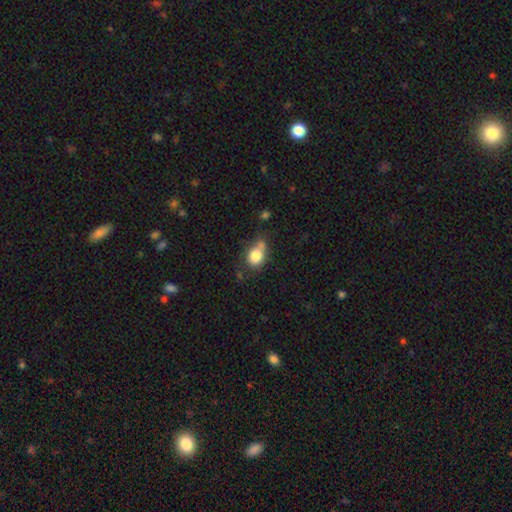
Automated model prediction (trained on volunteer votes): A smooth galaxy with no disk features (81%) that is in between round and cigar-shaped (51%).

Vote fractions:
- Smooth or featured? smooth: 81% / featured or disk: 10% / star or artifact: 10%
- How rounded? in between: 51% / round: 47% / cigar-shaped: 1%
- Merging? none: 46% / minor disturbance: 25% / merger: 20% / major disturbance: 8%